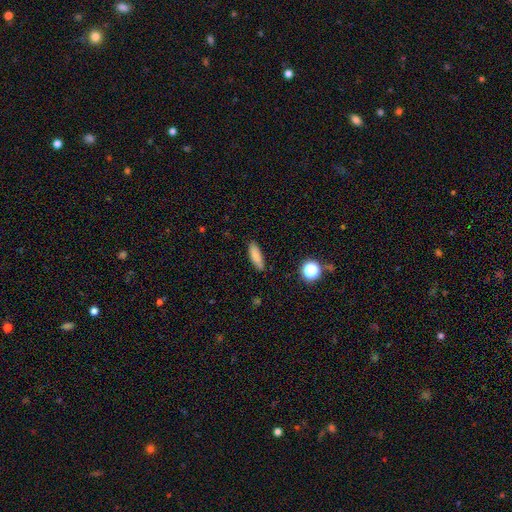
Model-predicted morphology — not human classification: A smooth galaxy with no disk features (84%) that is in between round and cigar-shaped (51%).

Vote fractions:
- Smooth or featured? smooth: 84% / star or artifact: 9% / featured or disk: 7%
- How rounded? in between: 51% / cigar-shaped: 47% / round: 3%
- Merging? none: 85% / minor disturbance: 11% / major disturbance: 2% / merger: 1%